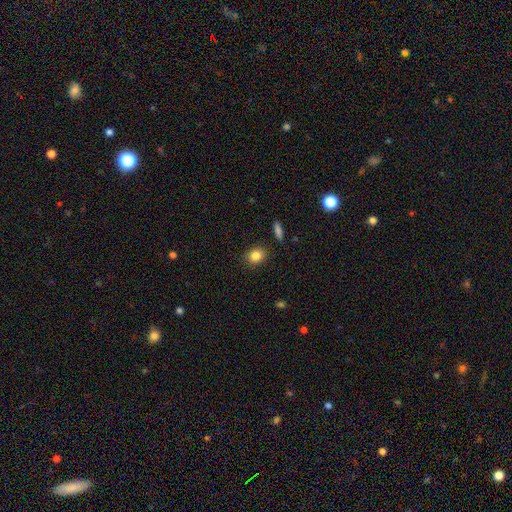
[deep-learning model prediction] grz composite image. It shows a smooth galaxy with no disk features (84%) that is round (57%). Merging: none (88%).